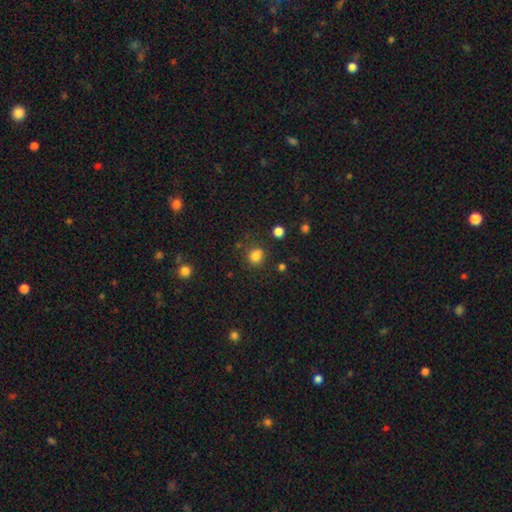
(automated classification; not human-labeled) Smooth or featured?
  - smooth: 81% *
  - star or artifact: 14%
  - featured or disk: 5%
How rounded?
  - round: 78% *
  - in between: 21%
  - cigar-shaped: 1%
Merging?
  - none: 78% *
  - minor disturbance: 13%
  - merger: 5%
  - major disturbance: 4%